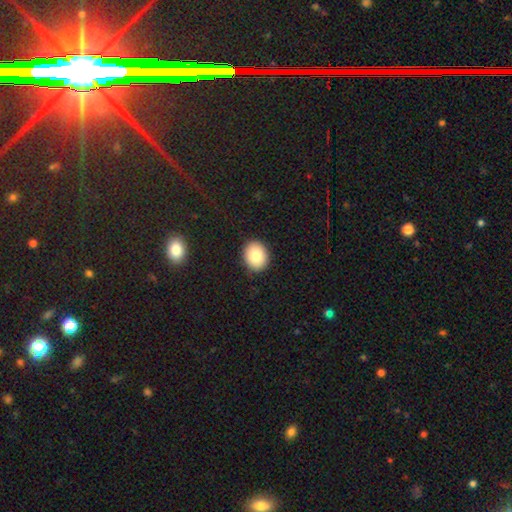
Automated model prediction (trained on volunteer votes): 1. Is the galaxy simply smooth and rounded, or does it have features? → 81% smooth, 10% featured or disk, 9% star or artifact.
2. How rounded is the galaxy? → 58% round, 41% in between, 1% cigar-shaped.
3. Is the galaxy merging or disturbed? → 90% none, 8% minor disturbance, 2% major disturbance, 1% merger.